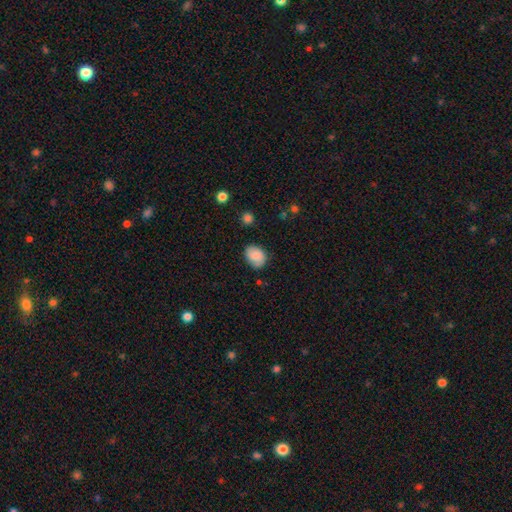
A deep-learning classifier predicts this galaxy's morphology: This is clearly a smooth galaxy (80%). How rounded: likely in between (65%). Merging: likely none (74%).